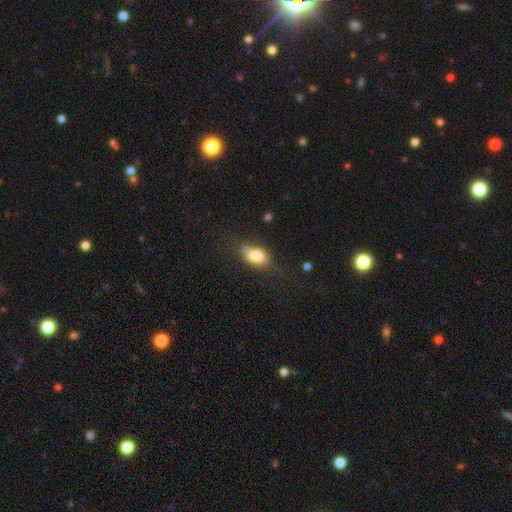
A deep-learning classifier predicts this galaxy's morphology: Overall: smooth (75%). How rounded: in between (84%). Merging: none (45%; minor disturbance 28%).